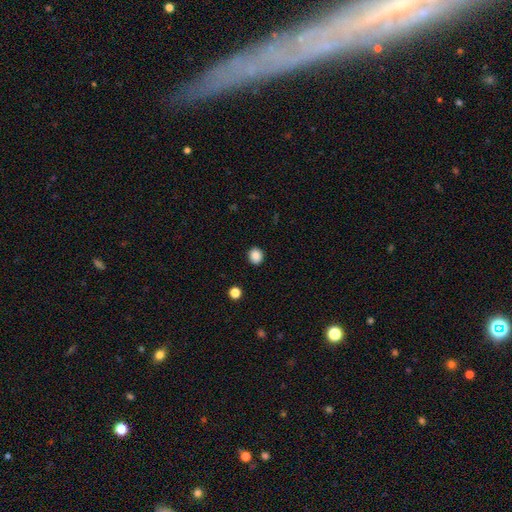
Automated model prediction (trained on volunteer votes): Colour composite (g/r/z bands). It shows a smooth galaxy with no disk features (87%) that is round (80%). Merging: none (90%).